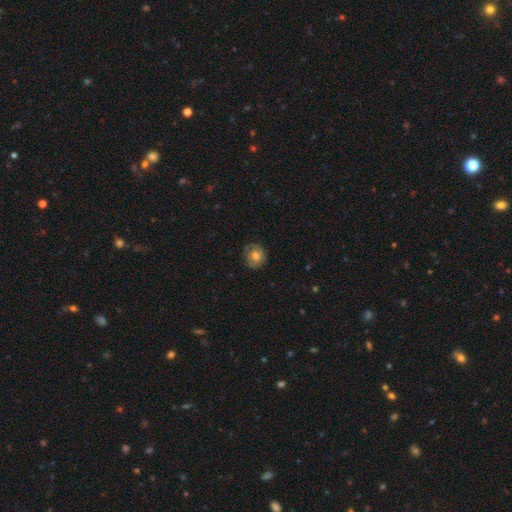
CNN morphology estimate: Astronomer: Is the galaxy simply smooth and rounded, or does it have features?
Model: smooth — 58% (runner-up: featured or disk, 34%).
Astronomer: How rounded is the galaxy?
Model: round — 77%.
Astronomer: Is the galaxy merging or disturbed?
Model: none — 74%.